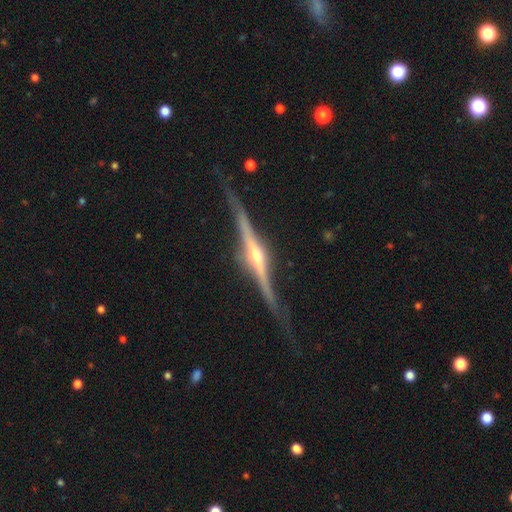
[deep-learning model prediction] The model was most divided on "merging": none: 82%, minor disturbance: 13%, major disturbance: 3%, merger: 2%. More confident: edge-on disk — yes (98%); smooth or featured — featured or disk (87%); edge-on bulge — rounded (86%).